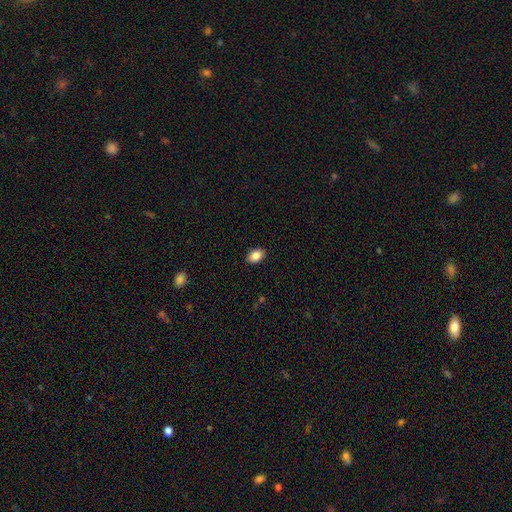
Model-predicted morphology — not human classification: type=smooth (87%); roundness=in between (82%); merging=none (90%).